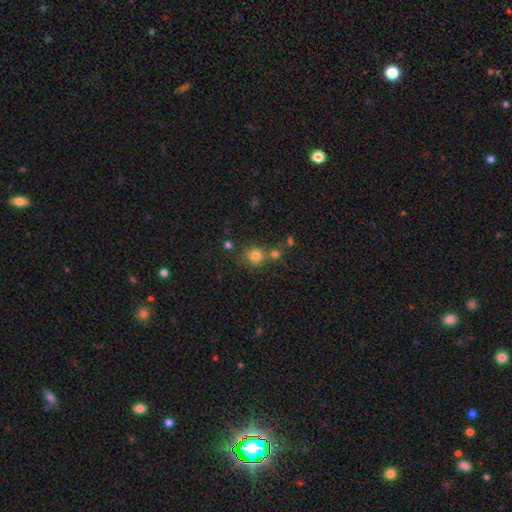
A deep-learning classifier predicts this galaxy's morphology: smooth_or_featured: smooth (p=0.78) [alt: star or artifact p=0.14]
how_rounded: round (p=0.83) [alt: in between p=0.16]
merging: none (p=0.61) [alt: merger p=0.24]